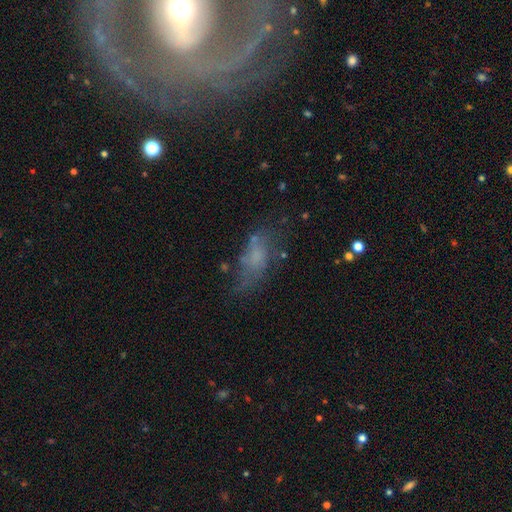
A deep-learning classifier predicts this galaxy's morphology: Smooth or featured?
  - smooth: 46% *
  - featured or disk: 34%
  - star or artifact: 20%
Merging?
  - none: 48% *
  - major disturbance: 25%
  - minor disturbance: 23%
  - merger: 5%